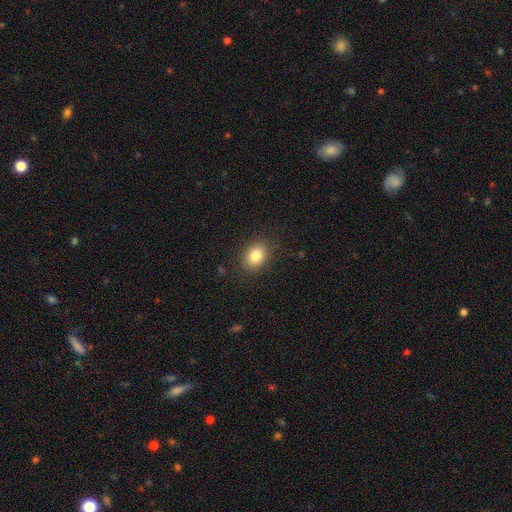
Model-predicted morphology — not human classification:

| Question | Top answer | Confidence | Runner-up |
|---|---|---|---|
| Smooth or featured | smooth | 83% | star or artifact (10%) |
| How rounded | in between | 58% | round (41%) |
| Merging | none | 86% | minor disturbance (10%) |